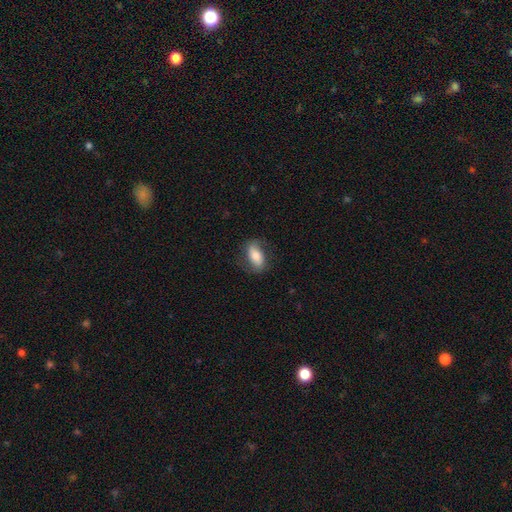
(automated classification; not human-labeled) smooth 64%, featured or disk 30%, star or artifact 6%. Down the decision tree: how rounded — in between (85%); merging — none (75%).